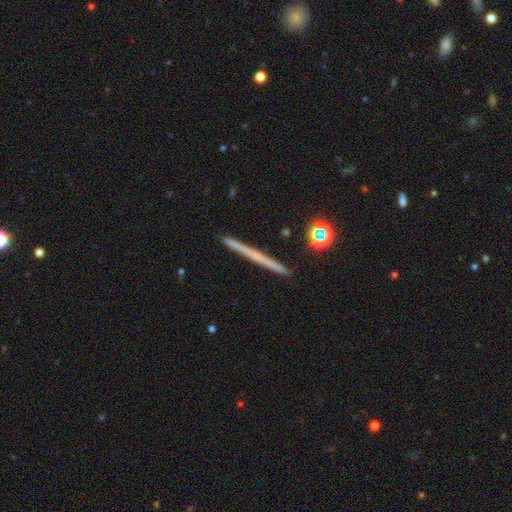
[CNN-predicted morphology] This appears to be a featured or disk galaxy (56%) viewed edge-on (98%) with no central bulge (81%). Merging: none (92%).